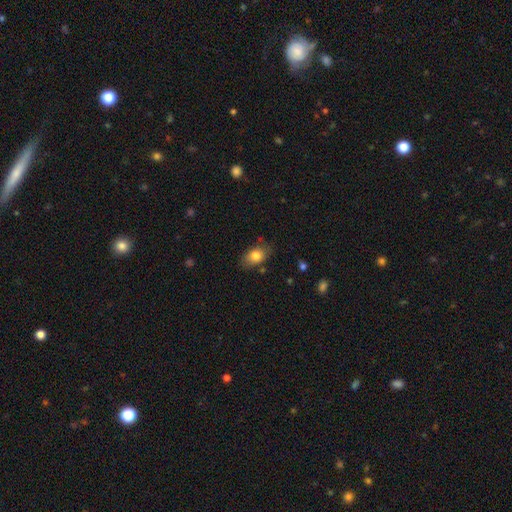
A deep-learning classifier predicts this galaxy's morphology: A smooth galaxy with no disk features (81%) that is in between round and cigar-shaped (83%).

Vote fractions:
- Smooth or featured? smooth: 81% / featured or disk: 11% / star or artifact: 8%
- How rounded? in between: 83% / round: 15% / cigar-shaped: 2%
- Merging? none: 76% / minor disturbance: 17% / major disturbance: 4% / merger: 2%